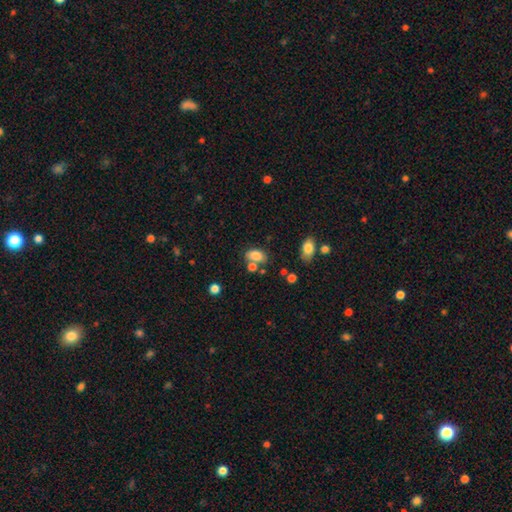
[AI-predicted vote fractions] This is clearly a smooth galaxy (82%). How rounded: clearly in between (89%). Merging: possibly none (55%).